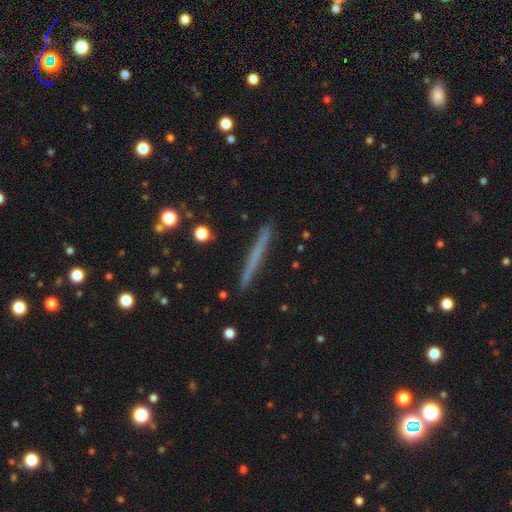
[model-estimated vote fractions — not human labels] Smooth or featured?
  - smooth: 53% *
  - featured or disk: 38%
  - star or artifact: 9%
How rounded?
  - cigar-shaped: 96% *
  - in between: 2%
  - round: 2%
Merging?
  - none: 90% *
  - minor disturbance: 7%
  - major disturbance: 2%
  - merger: 1%